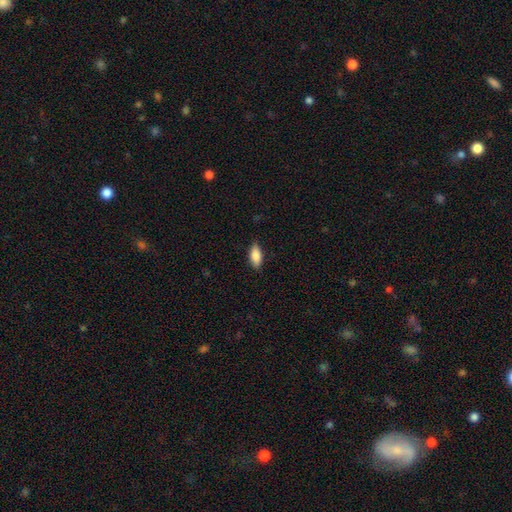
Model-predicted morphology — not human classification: smooth 86%, featured or disk 7%, star or artifact 7%. Down the decision tree: how rounded — in between (85%); merging — none (84%).